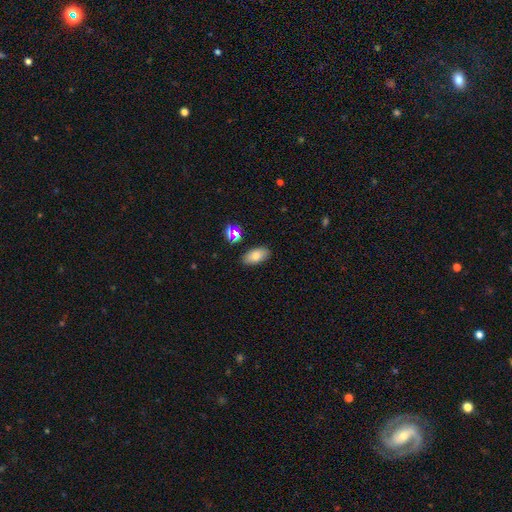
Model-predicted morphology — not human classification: Overall: smooth (76%). How rounded: in between (91%). Merging: none (85%).